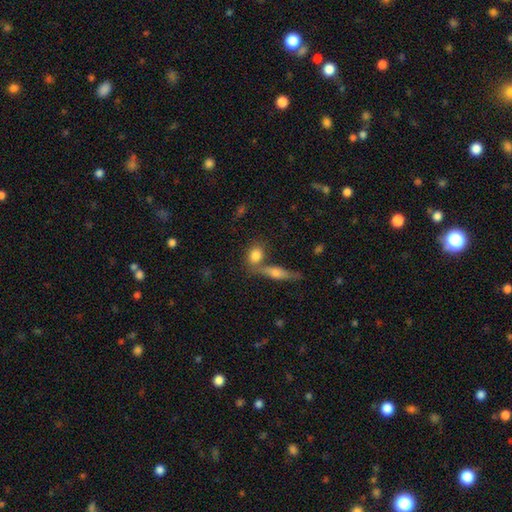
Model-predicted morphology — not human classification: Smooth or featured? Predicted: smooth (p=0.80). How rounded? Predicted: in between (p=0.64). Merging? Predicted: none (p=0.53).